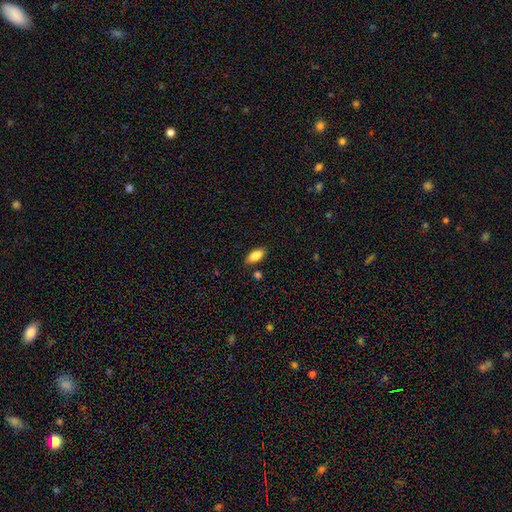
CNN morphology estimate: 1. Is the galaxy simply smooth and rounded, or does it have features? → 85% smooth, 8% featured or disk, 7% star or artifact.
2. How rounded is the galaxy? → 90% in between, 8% cigar-shaped, 3% round.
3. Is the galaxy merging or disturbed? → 84% none, 10% minor disturbance, 3% merger, 2% major disturbance.